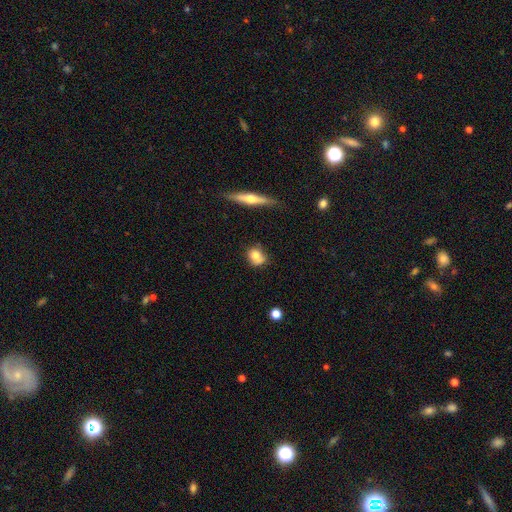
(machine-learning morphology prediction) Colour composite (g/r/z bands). It shows a smooth galaxy with no disk features (70%) that is round (70%). Merging: none (55%).